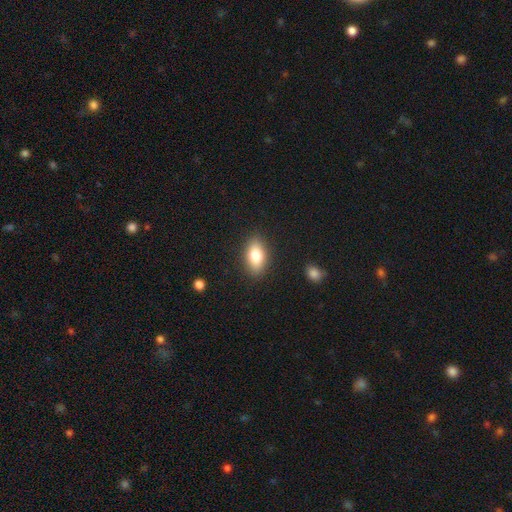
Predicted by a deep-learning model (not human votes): Smooth or featured? smooth (78%)
How rounded? in between (87%)
Merging? none (88%)